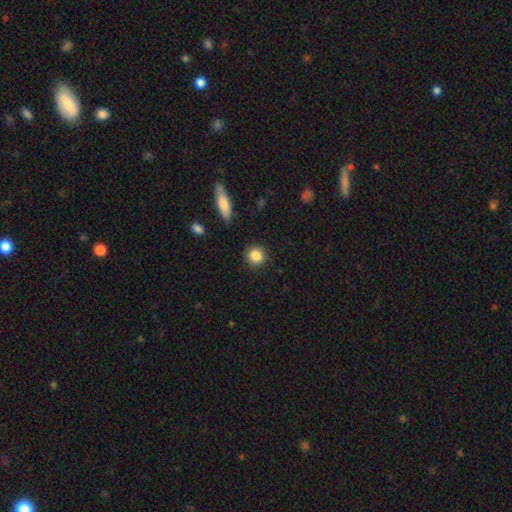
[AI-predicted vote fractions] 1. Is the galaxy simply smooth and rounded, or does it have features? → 86% smooth, 9% star or artifact, 5% featured or disk.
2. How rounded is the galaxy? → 92% round, 7% in between, 1% cigar-shaped.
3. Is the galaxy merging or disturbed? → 91% none, 6% minor disturbance, 2% major disturbance, 1% merger.